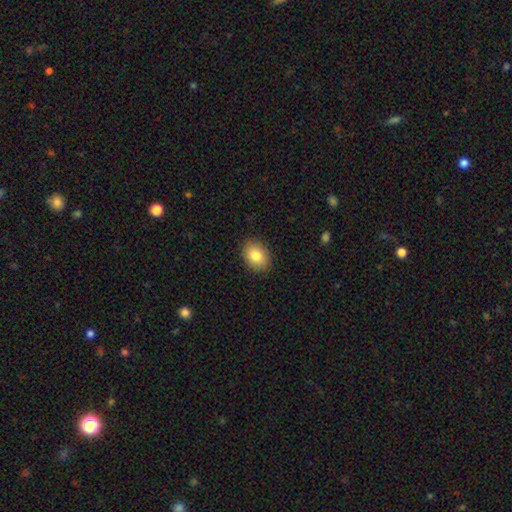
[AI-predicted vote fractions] Smooth or featured?
  - smooth: 84% *
  - featured or disk: 9%
  - star or artifact: 8%
How rounded?
  - in between: 64% *
  - round: 35%
  - cigar-shaped: 1%
Merging?
  - none: 89% *
  - minor disturbance: 8%
  - major disturbance: 2%
  - merger: 1%